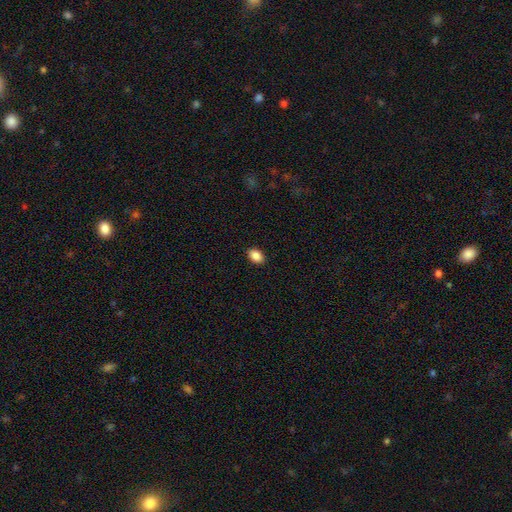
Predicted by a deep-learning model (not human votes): This is clearly a smooth galaxy (88%). How rounded: clearly in between (83%). Merging: clearly none (90%).